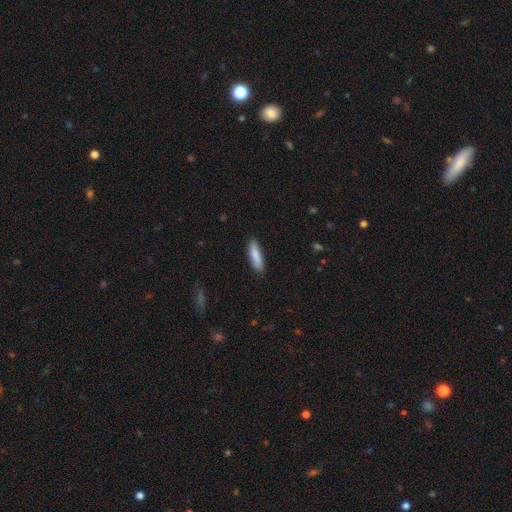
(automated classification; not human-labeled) Morphology: type=smooth (86%); roundness=cigar-shaped (67%); merging=none (85%).